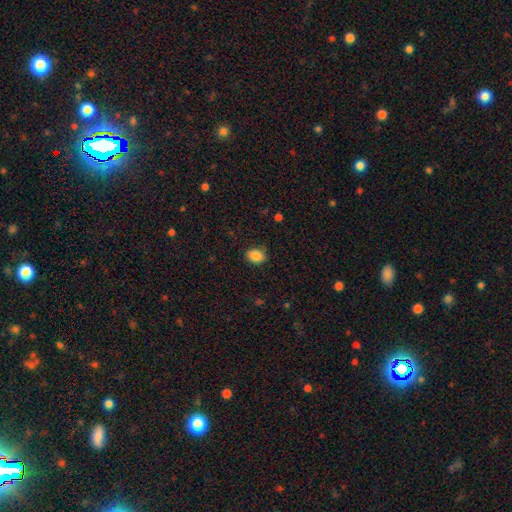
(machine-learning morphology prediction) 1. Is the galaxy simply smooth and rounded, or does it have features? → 87% smooth, 9% star or artifact, 4% featured or disk.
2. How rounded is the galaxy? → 65% in between, 34% round, 1% cigar-shaped.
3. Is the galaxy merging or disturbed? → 81% none, 14% minor disturbance, 3% major disturbance, 1% merger.